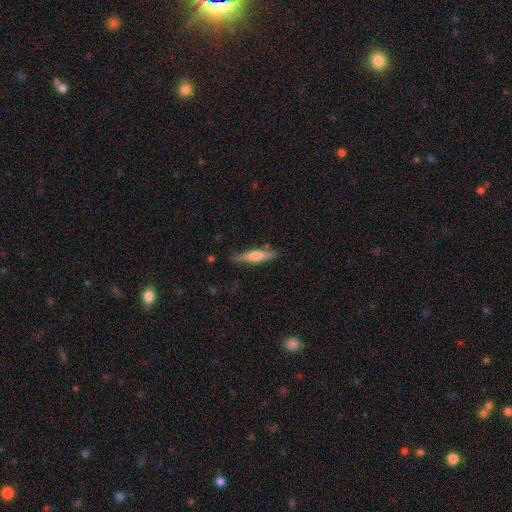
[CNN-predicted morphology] smooth_or_featured: smooth (p=0.54) [alt: featured or disk p=0.40]
how_rounded: cigar-shaped (p=0.79) [alt: in between p=0.19]
merging: none (p=0.81) [alt: minor disturbance p=0.14]